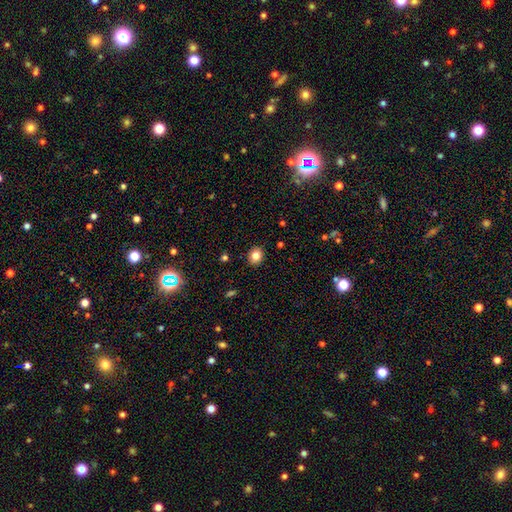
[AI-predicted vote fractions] A smooth galaxy with no disk features (82%) that is round (66%).

Vote fractions:
- Smooth or featured? smooth: 82% / star or artifact: 11% / featured or disk: 7%
- How rounded? round: 66% / in between: 33% / cigar-shaped: 1%
- Merging? none: 90% / minor disturbance: 7% / major disturbance: 2% / merger: 1%